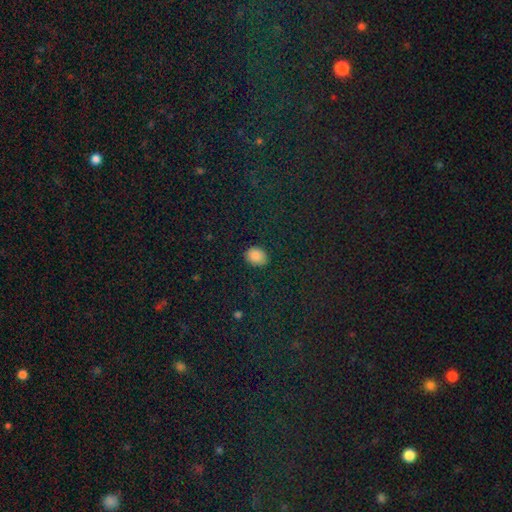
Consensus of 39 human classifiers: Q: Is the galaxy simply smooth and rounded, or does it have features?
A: smooth — 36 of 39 (92%).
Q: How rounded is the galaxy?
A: round — 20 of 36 (56%).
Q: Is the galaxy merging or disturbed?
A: none — 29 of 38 (76%).